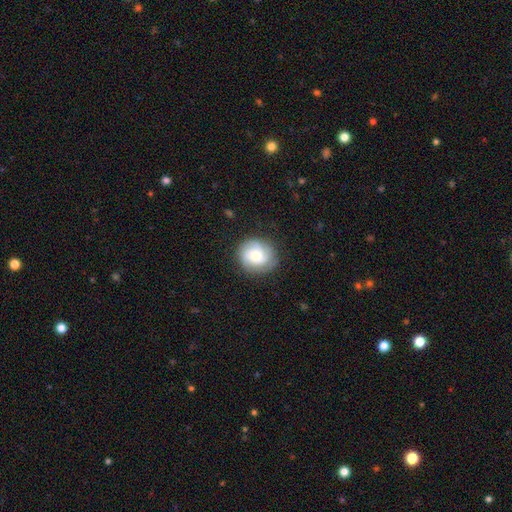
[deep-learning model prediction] Smooth or featured? Predicted: featured or disk (p=0.60). Edge-on disk? Predicted: no (p=0.98). Bar? Predicted: no (p=0.73). Spiral arms? Predicted: yes (p=0.93). Spiral winding? Predicted: tight (p=0.51). Spiral arm count? Predicted: 3 (p=0.51). Bulge size? Predicted: moderate (p=0.55). Merging? Predicted: none (p=0.82).